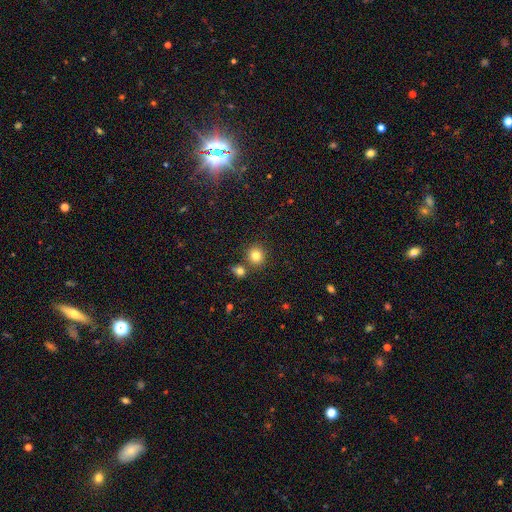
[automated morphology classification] Smooth or featured? Predicted: smooth (p=0.82). How rounded? Predicted: round (p=0.88). Merging? Predicted: none (p=0.75).